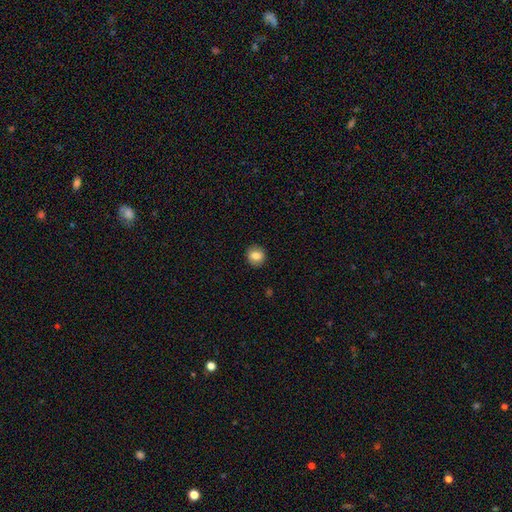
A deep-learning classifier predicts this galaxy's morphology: This appears to be a smooth galaxy with no disk features (84%) that is round (88%). Merging: none (91%).